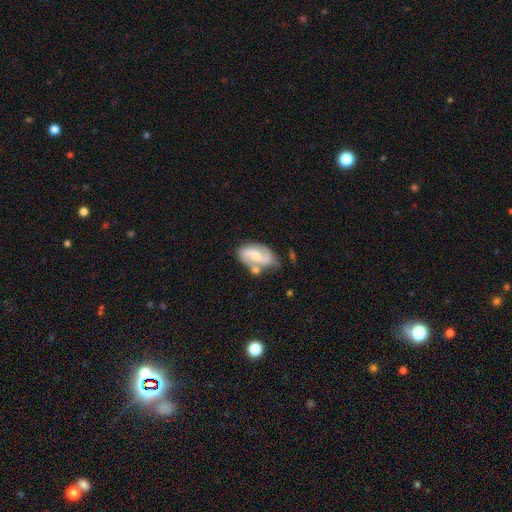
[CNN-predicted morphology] Smooth or featured?
  - featured or disk: 72% *
  - smooth: 22%
  - star or artifact: 6%
Edge-on disk?
  - no: 97% *
  - yes: 3%
Bar?
  - weak: 44% * (tied)
  - no: 44% * (tied)
  - strong: 12%
Spiral arms?
  - yes: 92% *
  - no: 8%
Spiral winding?
  - medium: 45% *
  - loose: 37%
  - tight: 18%
Spiral arm count?
  - 2: 88% *
  - can't tell: 6%
  - 1: 2%
  - 3: 2%
  - 4: 1%
  - more than 4: 1%
Bulge size?
  - small: 44% *
  - moderate: 43%
  - none: 8%
  - large: 4%
  - dominant: 1%
Merging?
  - none: 52% *
  - minor disturbance: 22%
  - merger: 20%
  - major disturbance: 7%